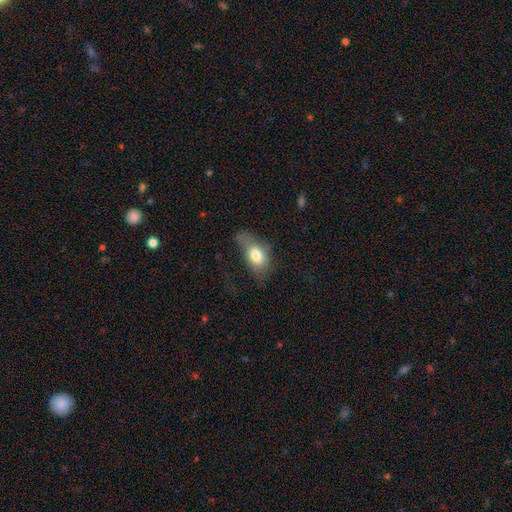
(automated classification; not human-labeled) Smooth or featured? smooth (75%)
How rounded? in between (87%)
Merging? minor disturbance (34%)